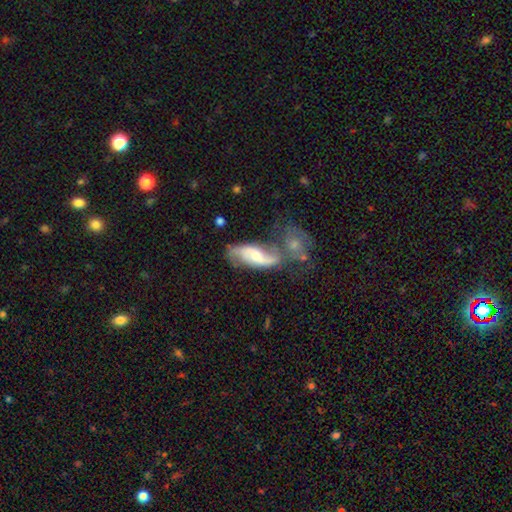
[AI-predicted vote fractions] Overall: featured or disk (71%). Edge-on disk: no (92%). Bar: weak (43%; no 40%). Spiral arms: yes (91%). Spiral arm count: 2 (88%). Spiral winding: loose (63%; medium 29%). Bulge size: moderate (44%; small 36%). Merging: none (40%; merger 33%).